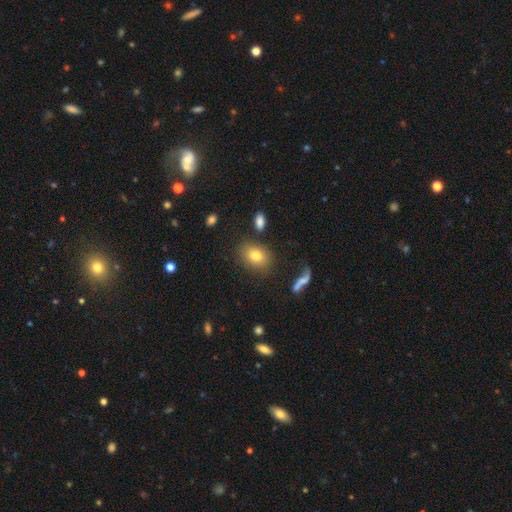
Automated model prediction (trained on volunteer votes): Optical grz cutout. It shows a smooth galaxy with no disk features (79%) that is in between round and cigar-shaped (66%). Merging: none (79%).